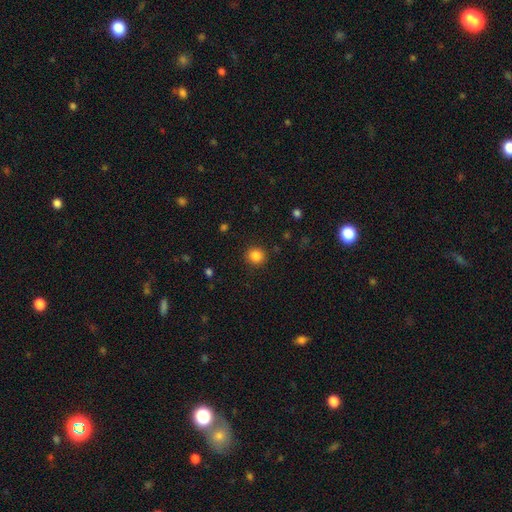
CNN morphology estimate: smooth_or_featured: smooth (p=0.85) [alt: star or artifact p=0.11]
how_rounded: round (p=0.90) [alt: in between p=0.09]
merging: none (p=0.90) [alt: minor disturbance p=0.07]